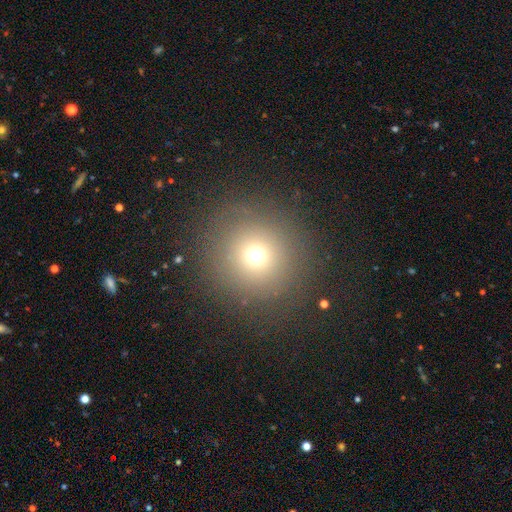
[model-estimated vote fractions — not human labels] Q: Smooth or featured?
A: smooth (69%); runner-up: star or artifact (20%)
Q: How rounded?
A: round (94%); runner-up: in between (5%)
Q: Merging?
A: none (85%); runner-up: minor disturbance (8%)